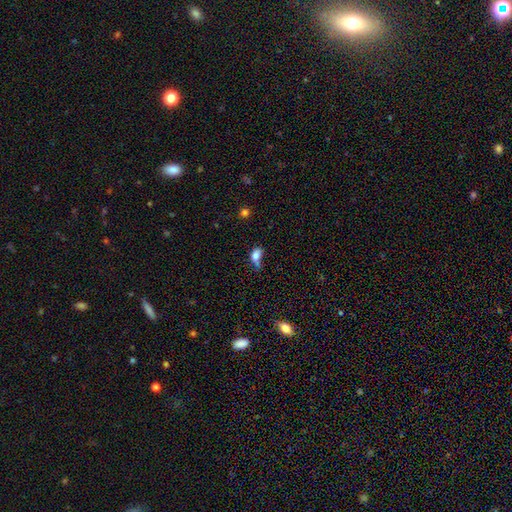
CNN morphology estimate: Smooth or featured? smooth (75%)
How rounded? in between (76%)
Merging? minor disturbance (33%)